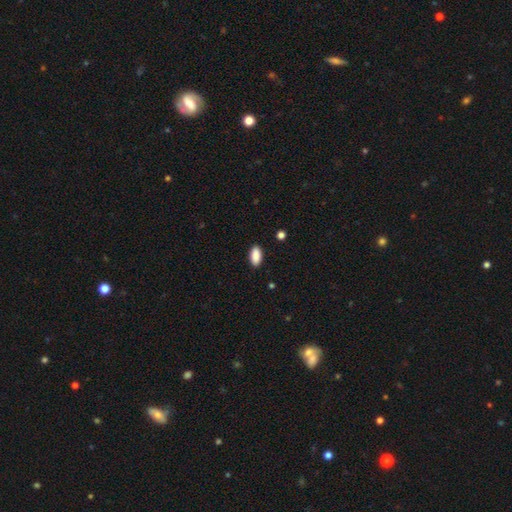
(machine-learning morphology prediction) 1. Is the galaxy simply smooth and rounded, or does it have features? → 90% smooth, 7% star or artifact, 3% featured or disk.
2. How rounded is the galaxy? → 92% in between, 5% cigar-shaped, 3% round.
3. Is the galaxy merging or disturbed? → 89% none, 8% minor disturbance, 2% major disturbance, 1% merger.